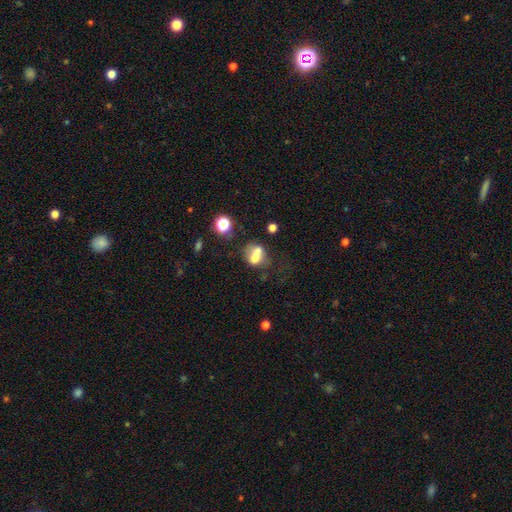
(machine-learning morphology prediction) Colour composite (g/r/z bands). It shows a smooth galaxy with no disk features (60%) that is in between round and cigar-shaped (50%). Merging: merger (52%).